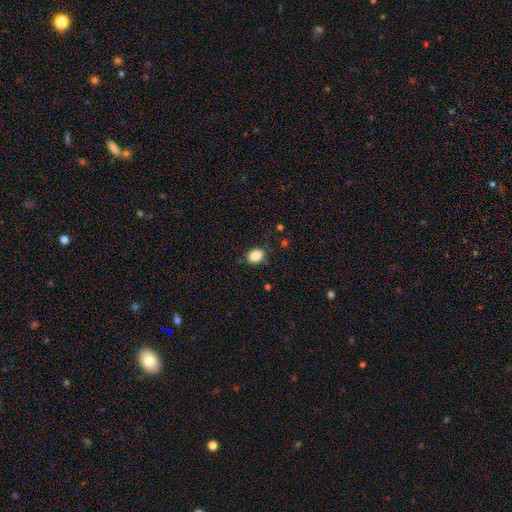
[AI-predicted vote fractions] A smooth galaxy with no disk features (84%) that is in between round and cigar-shaped (68%). Merging: none (78%).